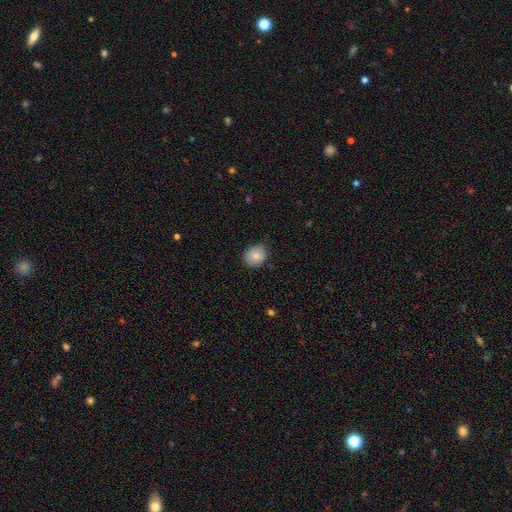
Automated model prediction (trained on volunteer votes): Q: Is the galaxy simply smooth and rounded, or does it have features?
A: smooth — 80%.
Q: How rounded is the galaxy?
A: round — 70%.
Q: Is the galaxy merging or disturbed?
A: none — 80%.